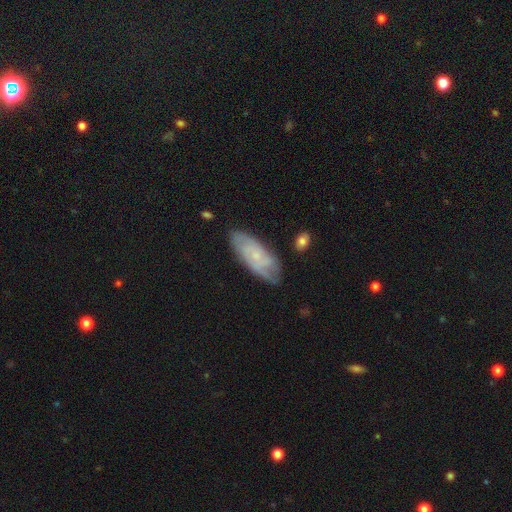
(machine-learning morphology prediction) A featured or disk galaxy (63%) with no bar (73%), spiral arms (88%) and a small central bulge (73%). Merging: none (72%).